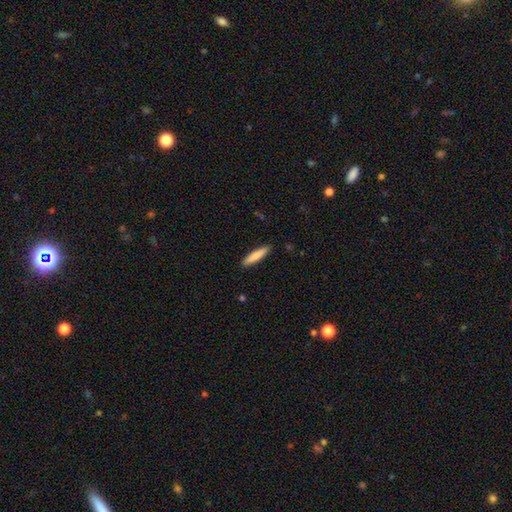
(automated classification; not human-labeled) The model was most divided on "smooth or featured": smooth: 80%, featured or disk: 15%, star or artifact: 5%. More confident: merging — none (90%); how rounded — cigar-shaped (85%).